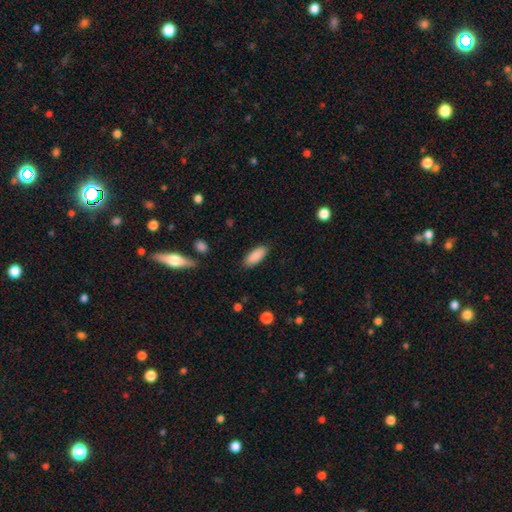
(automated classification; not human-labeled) smooth_or_featured: smooth (p=0.89) [alt: star or artifact p=0.06]
how_rounded: in between (p=0.77) [alt: cigar-shaped p=0.21]
merging: none (p=0.88) [alt: minor disturbance p=0.09]